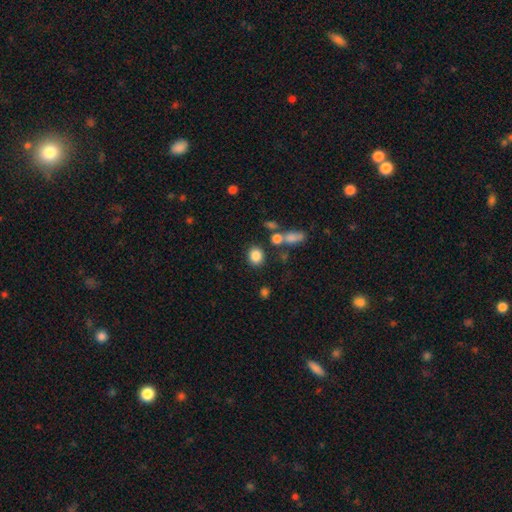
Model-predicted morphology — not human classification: type=smooth (84%); roundness=round (72%); merging=none (79%).